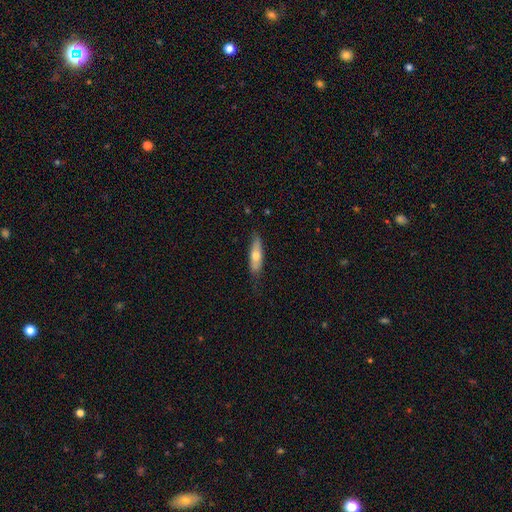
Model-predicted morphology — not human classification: Overall: smooth (60%; featured or disk 34%). How rounded: cigar-shaped (61%; in between 37%). Merging: none (71%).